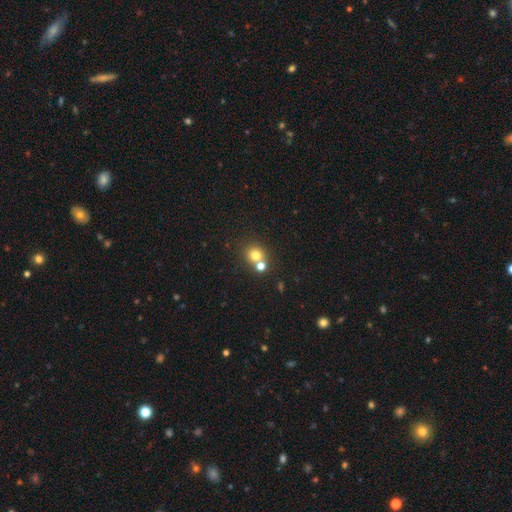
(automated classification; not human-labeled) Smooth or featured? smooth (74%)
How rounded? round (85%)
Merging? none (55%)